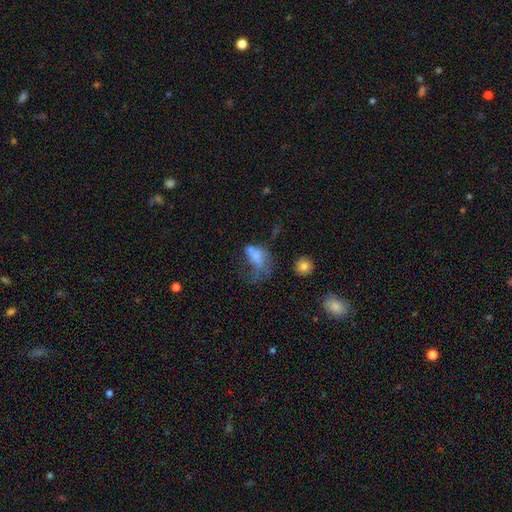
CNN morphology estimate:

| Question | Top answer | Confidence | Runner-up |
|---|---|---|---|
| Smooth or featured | smooth | 60% | featured or disk (27%) |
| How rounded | in between | 84% | round (11%) |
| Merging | major disturbance | 54% | minor disturbance (17%) |